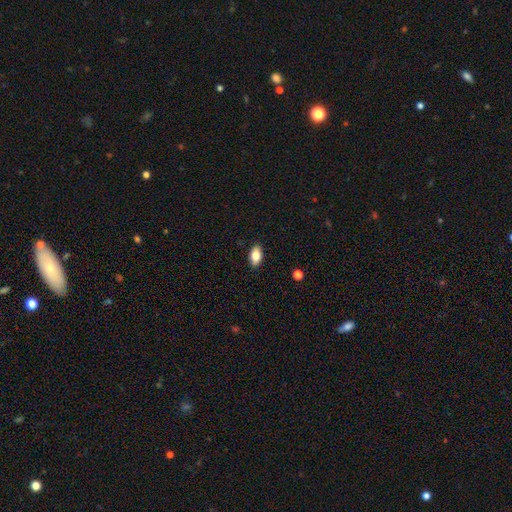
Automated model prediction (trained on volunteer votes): Smooth or featured: smooth — 81% (featured or disk — 12%)
How rounded: in between — 91% (round — 5%)
Merging: none — 89% (minor disturbance — 8%)